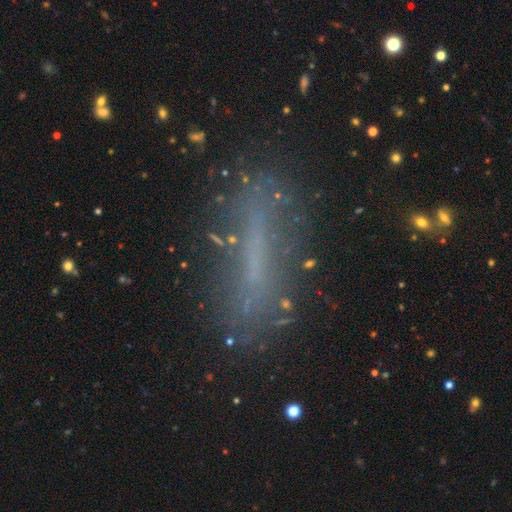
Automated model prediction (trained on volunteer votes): smooth 43%, featured or disk 38%, star or artifact 20%. Down the decision tree: merging — none (70%).